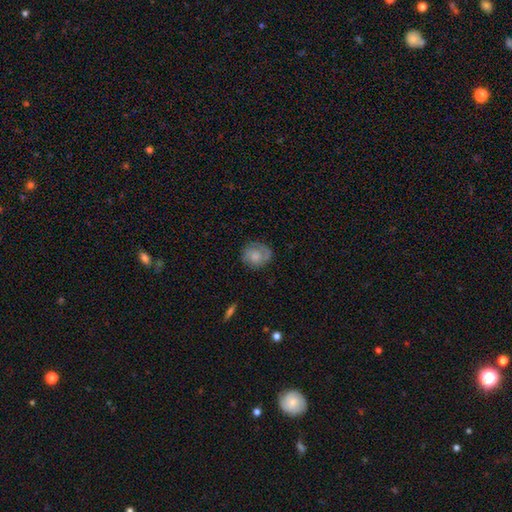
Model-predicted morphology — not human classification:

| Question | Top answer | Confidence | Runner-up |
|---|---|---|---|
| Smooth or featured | smooth | 56% | featured or disk (36%) |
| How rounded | round | 76% | in between (23%) |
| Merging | none | 70% | minor disturbance (21%) |